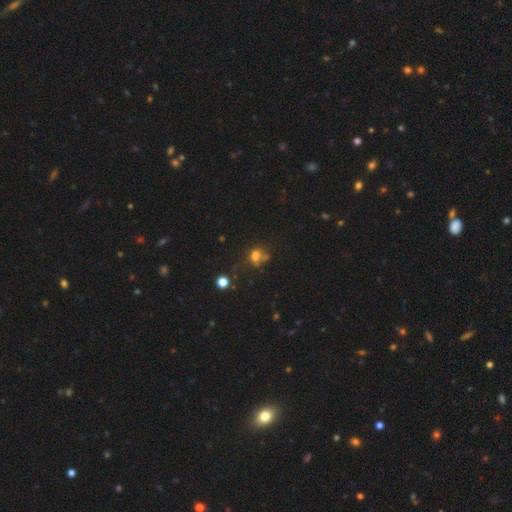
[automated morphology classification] A smooth galaxy with no disk features (59%) that is round (51%).

Vote fractions:
- Smooth or featured? smooth: 59% / star or artifact: 23% / featured or disk: 18%
- How rounded? round: 51% / in between: 47% / cigar-shaped: 2%
- Merging? none: 40% / merger: 23% / minor disturbance: 19% / major disturbance: 18%